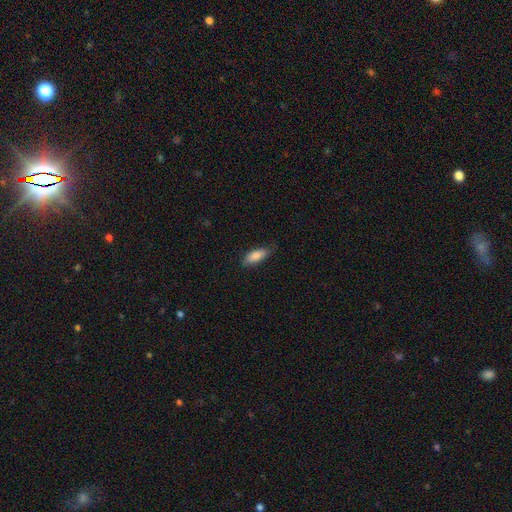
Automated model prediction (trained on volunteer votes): The model was most divided on "how rounded": in between: 73%, cigar-shaped: 25%, round: 2%. More confident: smooth or featured — smooth (84%); merging — none (74%).